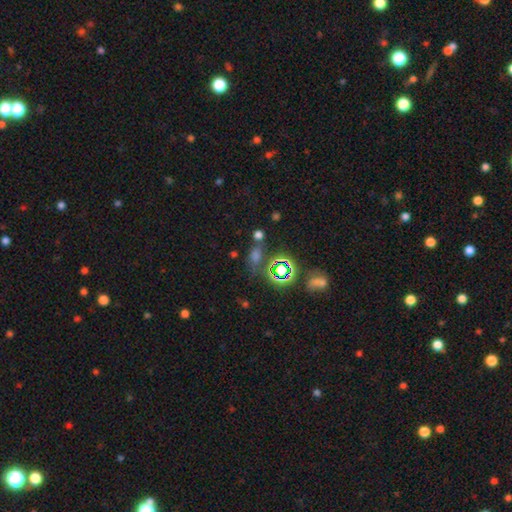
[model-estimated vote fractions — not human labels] Smooth or featured: star or artifact — 56% (smooth — 33%)